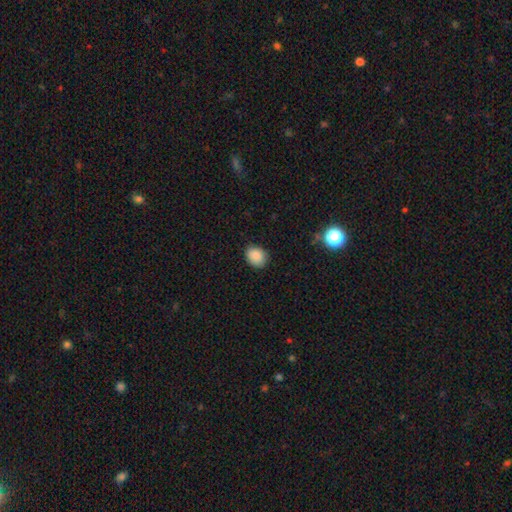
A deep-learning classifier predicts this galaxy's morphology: smooth 88%, star or artifact 9%, featured or disk 3%. Down the decision tree: how rounded — round (52%); merging — none (86%).